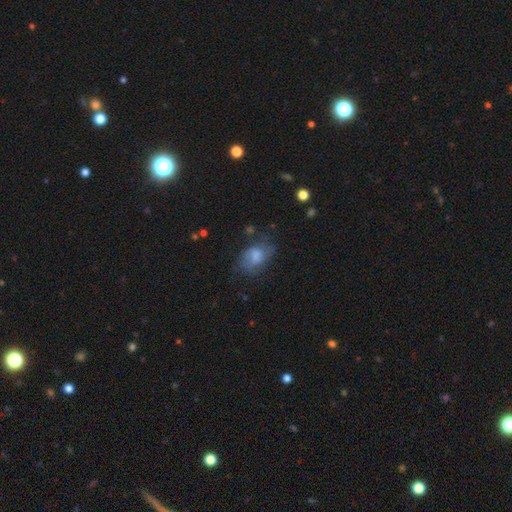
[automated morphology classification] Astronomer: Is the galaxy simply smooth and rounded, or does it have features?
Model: smooth — 55% (runner-up: featured or disk, 35%).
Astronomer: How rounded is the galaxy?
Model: in between — 80%.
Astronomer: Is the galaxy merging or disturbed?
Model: none — 46% (runner-up: minor disturbance, 28%).